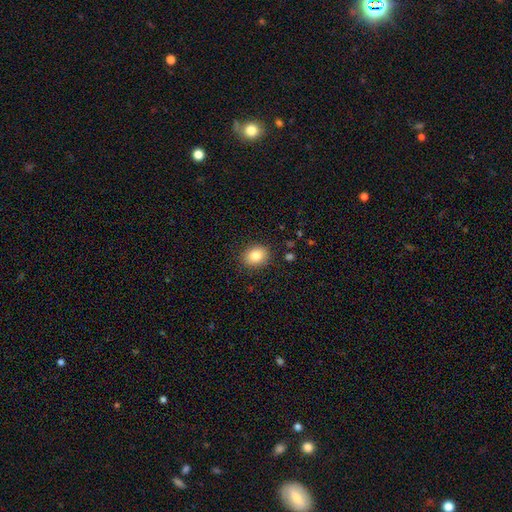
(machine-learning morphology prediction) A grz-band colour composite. It shows a smooth galaxy with no disk features (82%) that is round (51%). Merging: none (88%).